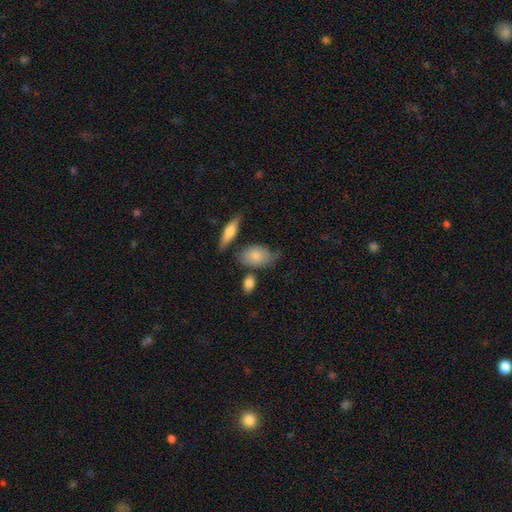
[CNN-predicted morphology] smooth-or-featured: smooth: 78% | featured or disk: 16% | star or artifact: 6%
  how-rounded: in between: 86% | round: 11% | cigar-shaped: 3%
  merging: none: 55% | minor disturbance: 28% | merger: 9% | major disturbance: 8%